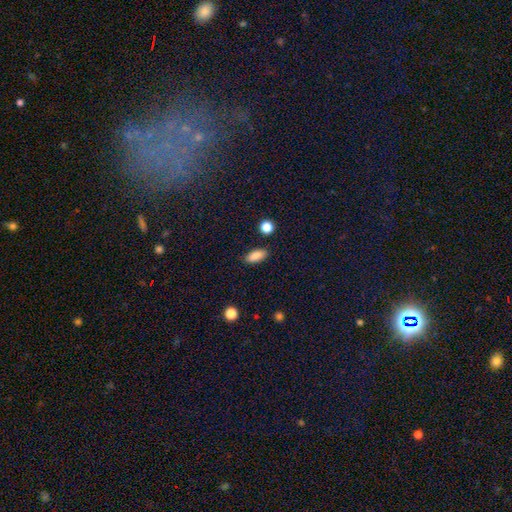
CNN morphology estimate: Overall: smooth (87%). How rounded: in between (85%). Merging: none (86%).